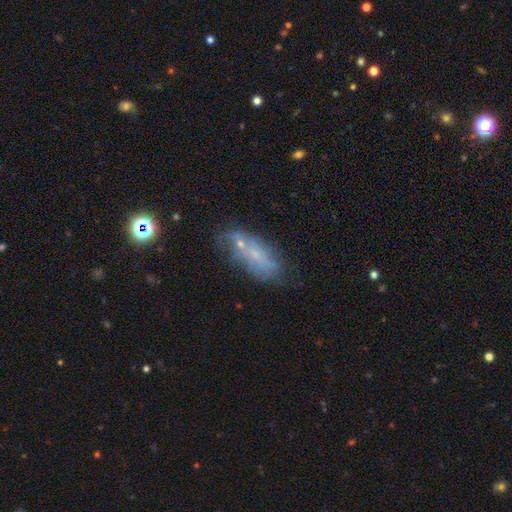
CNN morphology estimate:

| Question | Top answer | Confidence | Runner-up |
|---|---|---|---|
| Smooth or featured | smooth | 41% | featured or disk (39%) |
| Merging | none | 54% | minor disturbance (21%) |